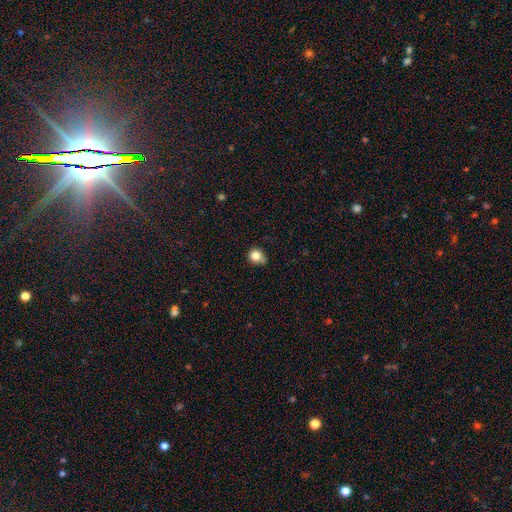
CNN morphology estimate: Smooth or featured? Predicted: smooth (p=0.82). How rounded? Predicted: round (p=0.81). Merging? Predicted: none (p=0.59).